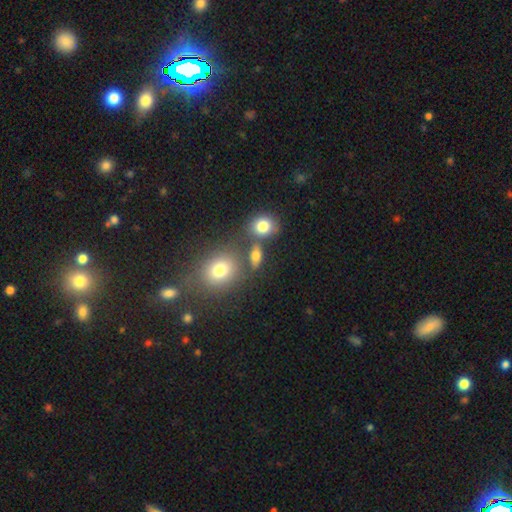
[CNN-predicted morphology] Smooth or featured? Predicted: smooth (p=0.69). How rounded? Predicted: in between (p=0.52). Merging? Predicted: none (p=0.67).